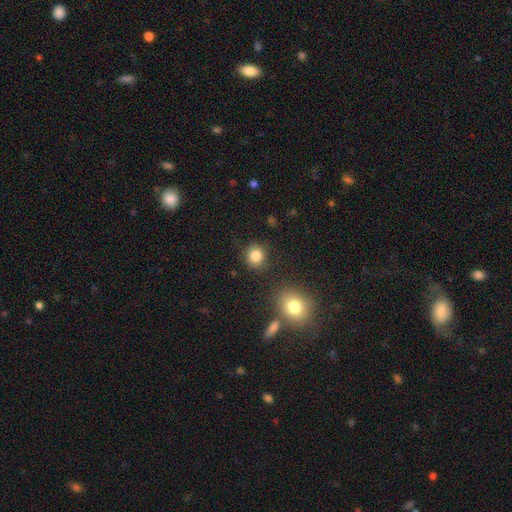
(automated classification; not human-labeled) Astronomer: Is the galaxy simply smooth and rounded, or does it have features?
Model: smooth — 84%.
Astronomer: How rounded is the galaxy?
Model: round — 85%.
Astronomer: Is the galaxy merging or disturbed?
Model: none — 86%.